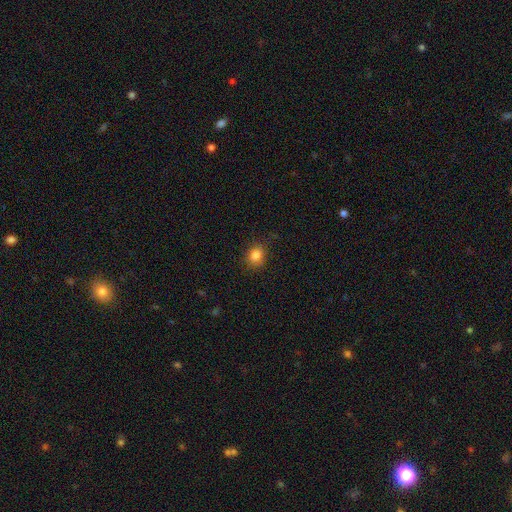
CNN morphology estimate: This appears to be a smooth galaxy with no disk features (84%) that is round (66%). Merging: none (81%).